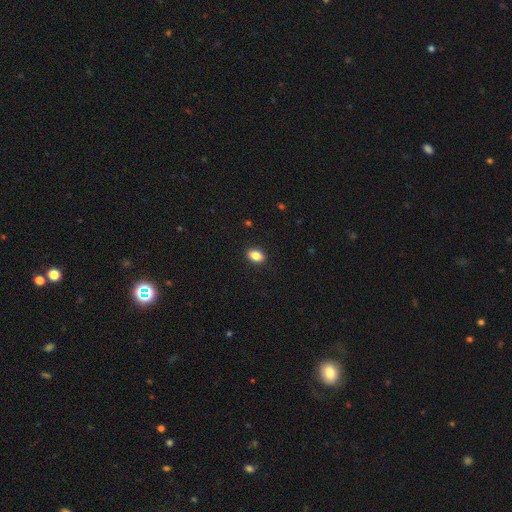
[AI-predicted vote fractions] smooth-or-featured: smooth: 86% | star or artifact: 8% | featured or disk: 5%
  how-rounded: in between: 87% | round: 10% | cigar-shaped: 2%
  merging: none: 90% | minor disturbance: 7% | major disturbance: 2% | merger: 1%